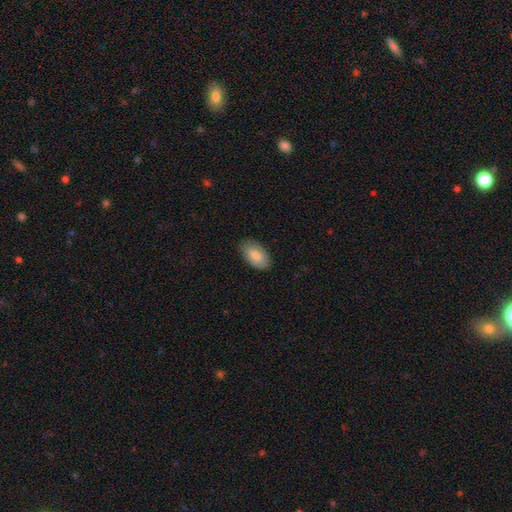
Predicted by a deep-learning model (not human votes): smooth-or-featured: smooth: 84% | featured or disk: 10% | star or artifact: 6%
  how-rounded: in between: 95% | round: 3% | cigar-shaped: 2%
  merging: none: 83% | minor disturbance: 13% | major disturbance: 3% | merger: 1%